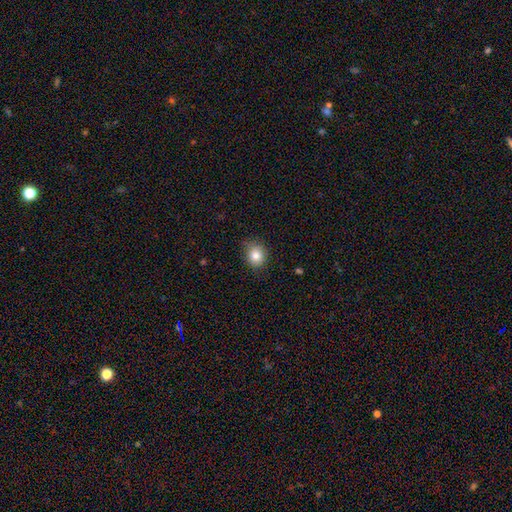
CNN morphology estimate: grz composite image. It shows a smooth galaxy with no disk features (82%) that is round (73%). Merging: none (78%).